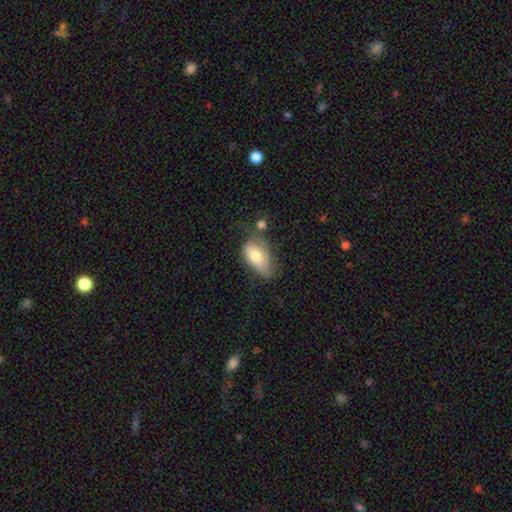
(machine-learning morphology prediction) A smooth galaxy with no disk features (71%) that is in between round and cigar-shaped (90%). Merging: minor disturbance (35%, tied with none).